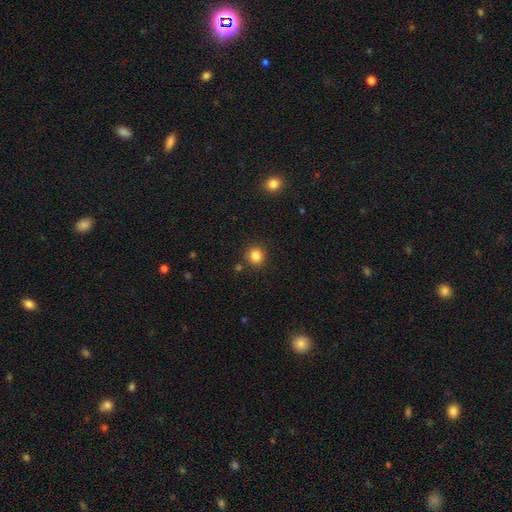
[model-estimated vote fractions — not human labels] This appears to be a smooth galaxy with no disk features (84%) that is round (90%). Merging: none (86%).